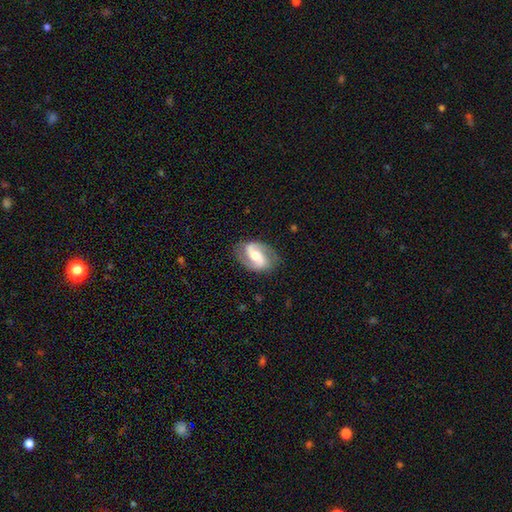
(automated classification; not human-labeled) A featured or disk galaxy (81%) with a strong bar (38%), 2 (92%) medium (45%) spiral arms (93%) and a moderate central bulge (59%).

Vote fractions:
- Smooth or featured? featured or disk: 81% / smooth: 14% / star or artifact: 5%
- Edge-on disk? no: 97% / yes: 3%
- Bar? strong: 38% / weak: 37% / no: 24%
- Spiral arms? yes: 93% / no: 7%
- Spiral winding? medium: 45% / loose: 36% / tight: 19%
- Spiral arm count? 2: 92% / can't tell: 3% / 1: 2% / 3: 1% / 4: 1% / more than 4: 1%
- Bulge size? moderate: 59% / small: 27% / large: 11% / none: 2% / dominant: 2%
- Merging? none: 81% / minor disturbance: 13% / major disturbance: 5% / merger: 1%